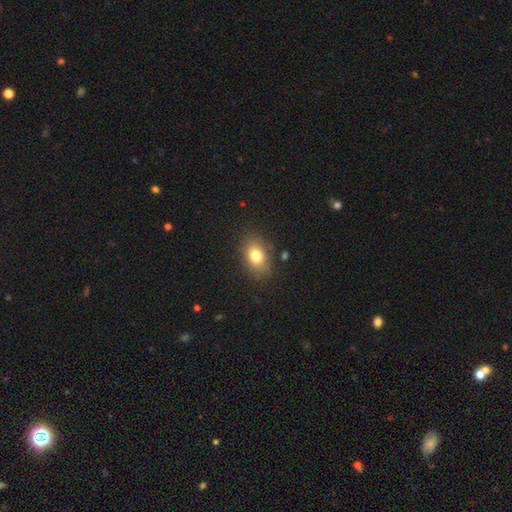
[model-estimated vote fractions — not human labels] smooth_or_featured: smooth (p=0.77) [alt: featured or disk p=0.13]
how_rounded: in between (p=0.80) [alt: round p=0.19]
merging: none (p=0.82) [alt: minor disturbance p=0.13]